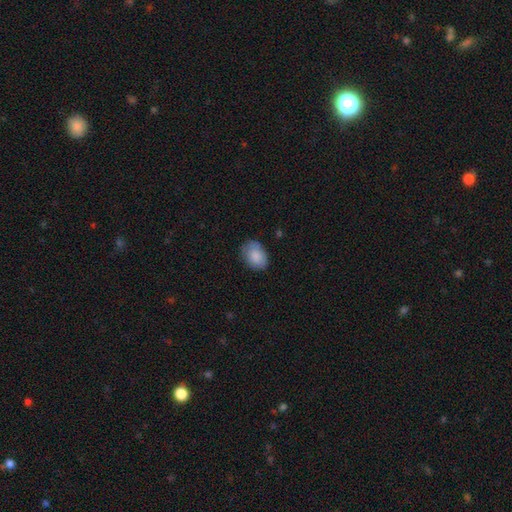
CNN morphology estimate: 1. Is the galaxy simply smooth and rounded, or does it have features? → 86% smooth, 7% featured or disk, 6% star or artifact.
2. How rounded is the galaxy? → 79% in between, 20% round, 1% cigar-shaped.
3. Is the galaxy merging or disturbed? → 78% none, 18% minor disturbance, 3% major disturbance, 1% merger.